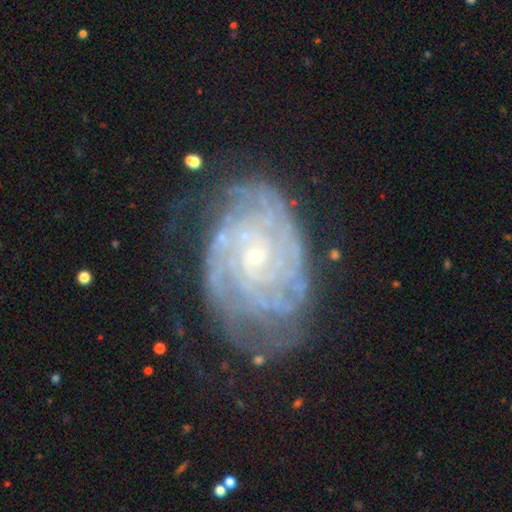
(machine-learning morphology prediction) Overall: featured or disk (87%). Edge-on disk: no (97%). Bar: no (72%). Spiral arms: yes (96%). Spiral arm count: can't tell (35%; 4 19%). Spiral winding: tight (80%). Bulge size: small (79%). Merging: none (63%).